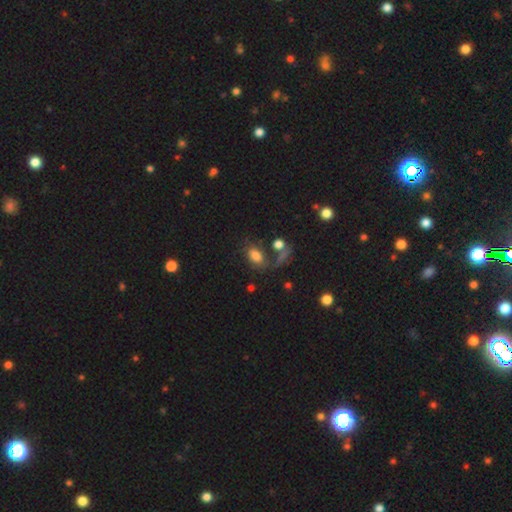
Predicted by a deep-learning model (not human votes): Smooth or featured?
  - smooth: 74% *
  - featured or disk: 14%
  - star or artifact: 11%
How rounded?
  - in between: 85% *
  - round: 12%
  - cigar-shaped: 3%
Merging?
  - none: 49% *
  - merger: 21%
  - minor disturbance: 16%
  - major disturbance: 13%